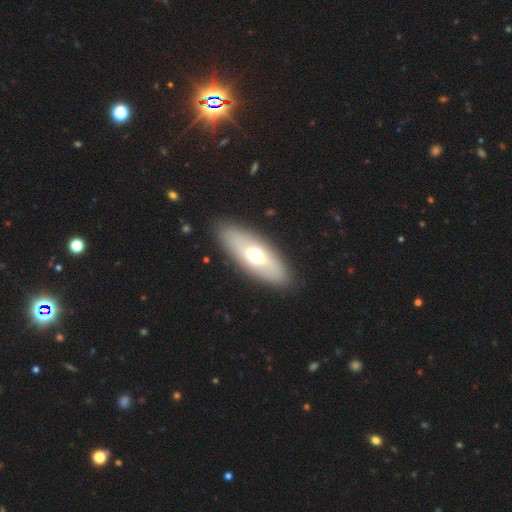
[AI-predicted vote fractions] A smooth galaxy with no disk features (57%) that is in between round and cigar-shaped (77%).

Vote fractions:
- Smooth or featured? smooth: 57% / featured or disk: 36% / star or artifact: 6%
- How rounded? in between: 77% / cigar-shaped: 20% / round: 4%
- Merging? none: 88% / minor disturbance: 8% / major disturbance: 3% / merger: 1%